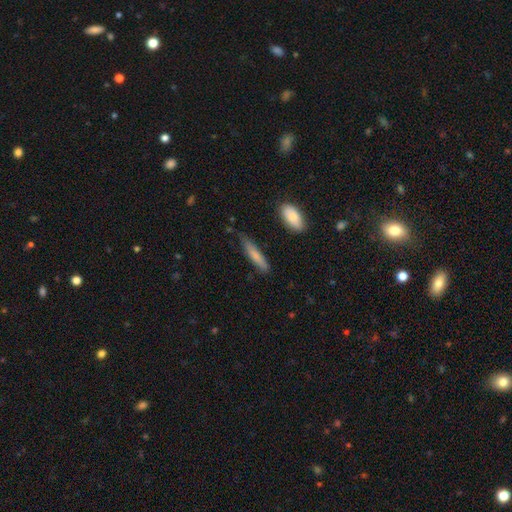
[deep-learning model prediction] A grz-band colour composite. It shows a smooth galaxy with no disk features (75%) that is cigar-shaped (83%). Merging: none (73%).